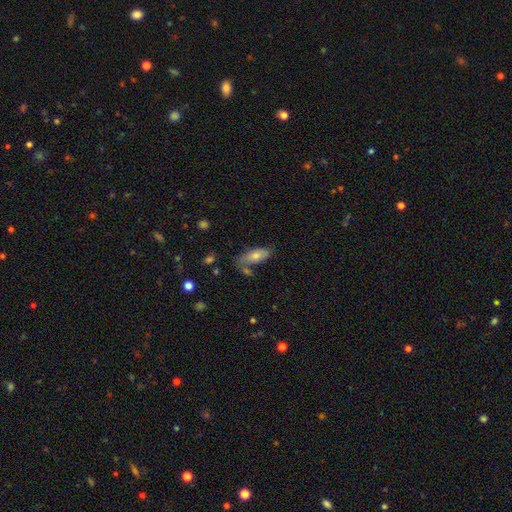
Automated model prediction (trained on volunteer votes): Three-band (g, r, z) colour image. It shows a smooth galaxy with no disk features (68%) that is in between round and cigar-shaped (78%). Merging: none (63%).